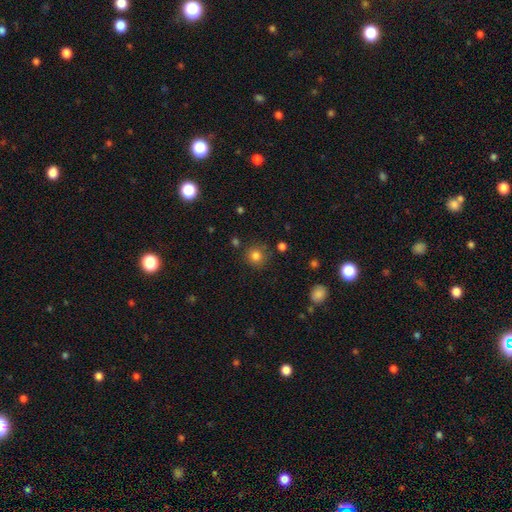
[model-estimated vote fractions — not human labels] Overall: smooth (81%). How rounded: round (91%). Merging: none (83%).